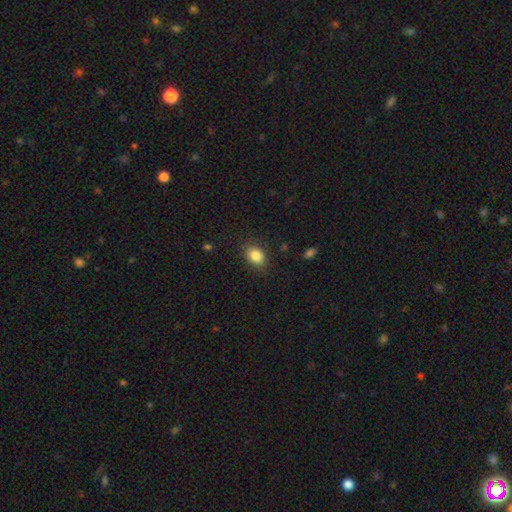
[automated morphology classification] Overall: smooth (86%). How rounded: in between (73%). Merging: none (84%).